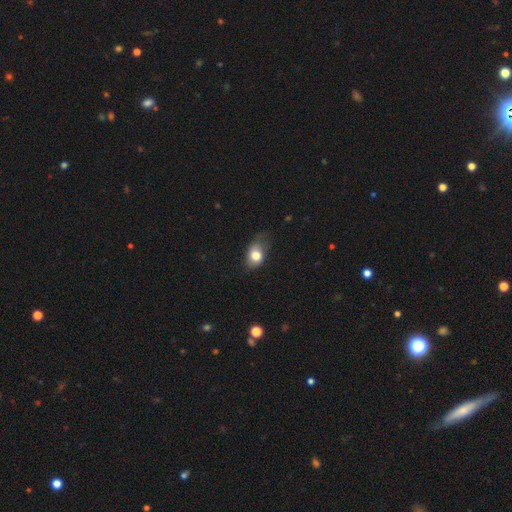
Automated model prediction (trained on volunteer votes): A smooth galaxy with no disk features (76%) that is in between round and cigar-shaped (73%). Merging: none (48%).